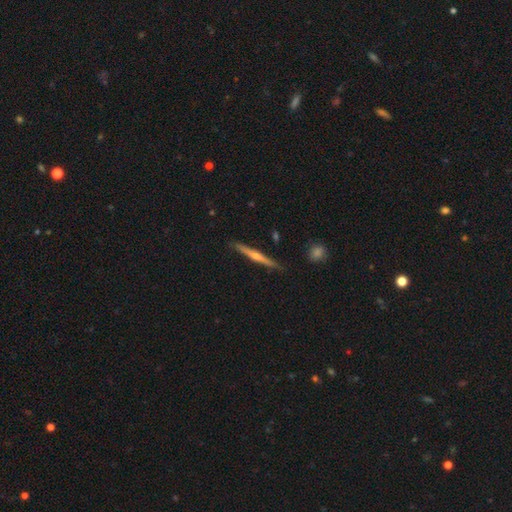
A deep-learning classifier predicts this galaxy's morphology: type=featured or disk (69%); edge-on=yes (98%); edge-on bulge=rounded (84%); merging=none (90%).